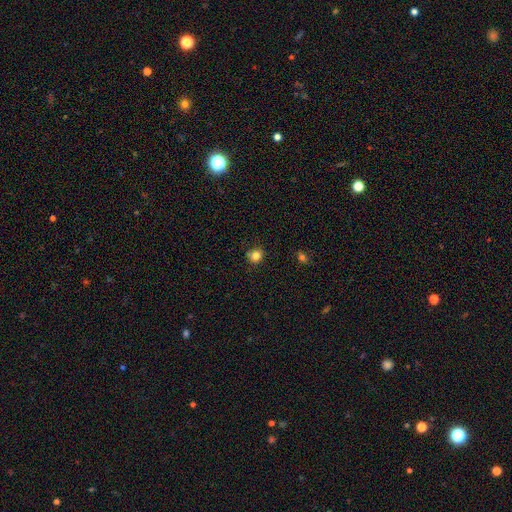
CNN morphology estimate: A smooth galaxy with no disk features (81%) that is round (83%).

Vote fractions:
- Smooth or featured? smooth: 81% / star or artifact: 13% / featured or disk: 6%
- How rounded? round: 83% / in between: 16% / cigar-shaped: 1%
- Merging? none: 75% / minor disturbance: 15% / merger: 6% / major disturbance: 3%